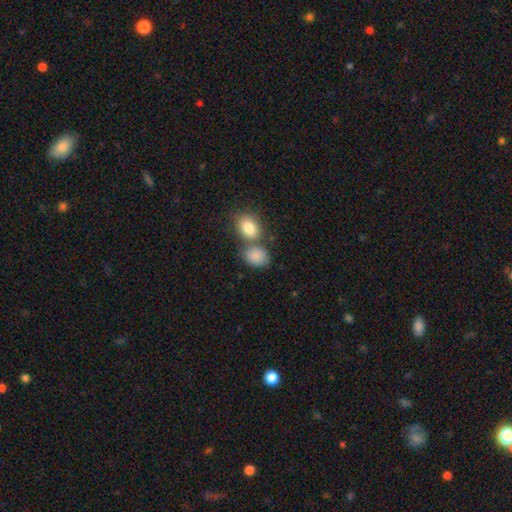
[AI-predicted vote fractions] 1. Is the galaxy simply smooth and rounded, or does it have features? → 86% smooth, 8% star or artifact, 6% featured or disk.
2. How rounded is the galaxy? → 68% in between, 31% round, 1% cigar-shaped.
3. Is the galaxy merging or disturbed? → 48% none, 33% merger, 14% minor disturbance, 5% major disturbance.